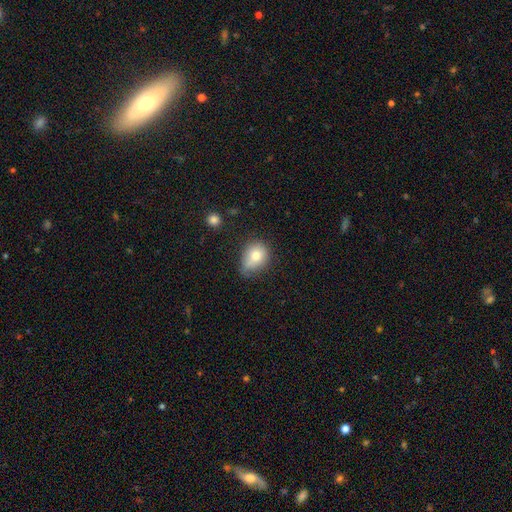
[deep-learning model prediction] smooth_or_featured: smooth (p=0.76) [alt: featured or disk p=0.14]
how_rounded: round (p=0.59) [alt: in between p=0.40]
merging: none (p=0.43) [alt: minor disturbance p=0.39]